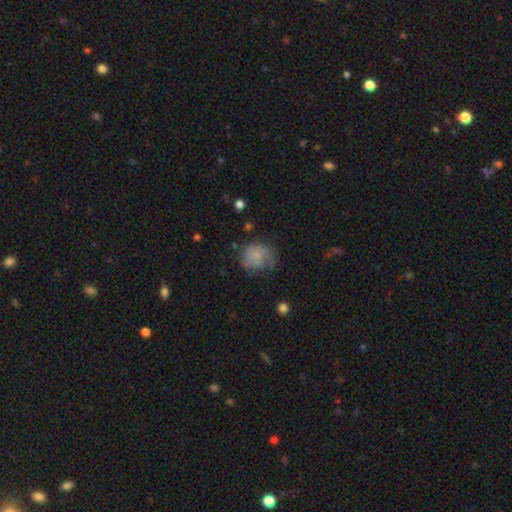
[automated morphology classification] smooth-or-featured: smooth: 58% | featured or disk: 33% | star or artifact: 9%
  how-rounded: round: 74% | in between: 25% | cigar-shaped: 1%
  merging: none: 42% | minor disturbance: 29% | major disturbance: 26% | merger: 3%